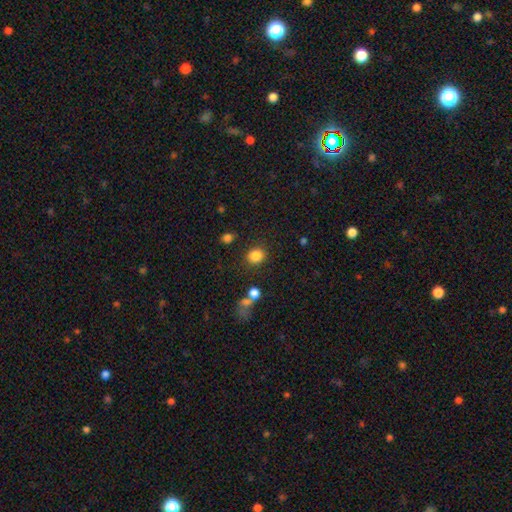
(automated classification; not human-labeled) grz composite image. It shows a smooth galaxy with no disk features (85%) that is round (79%). Merging: none (82%).